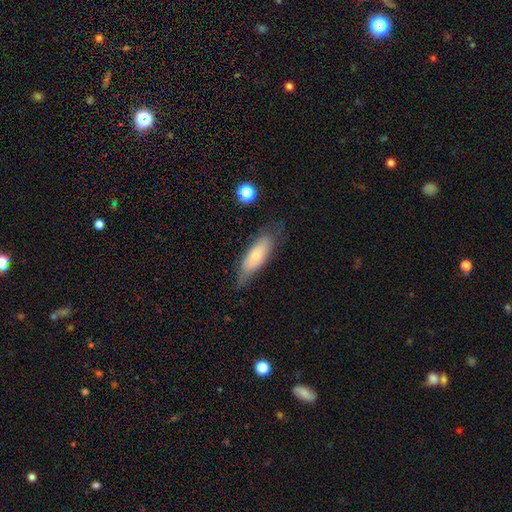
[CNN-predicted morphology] The model was most divided on "smooth or featured": smooth: 58%, featured or disk: 35%, star or artifact: 7%. More confident: merging — none (63%); how rounded — in between (62%).